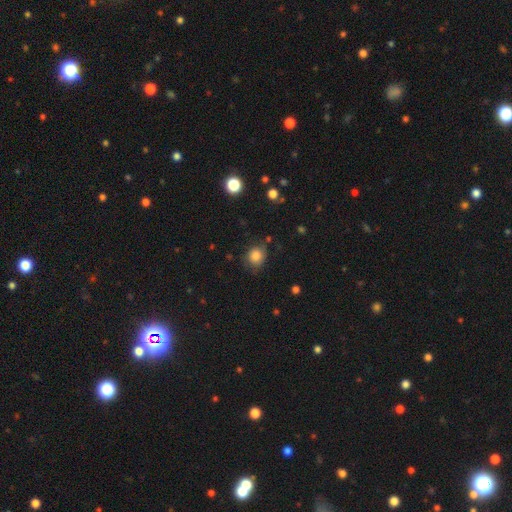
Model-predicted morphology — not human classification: A smooth galaxy with no disk features (82%) that is round (75%). Merging: none (72%).